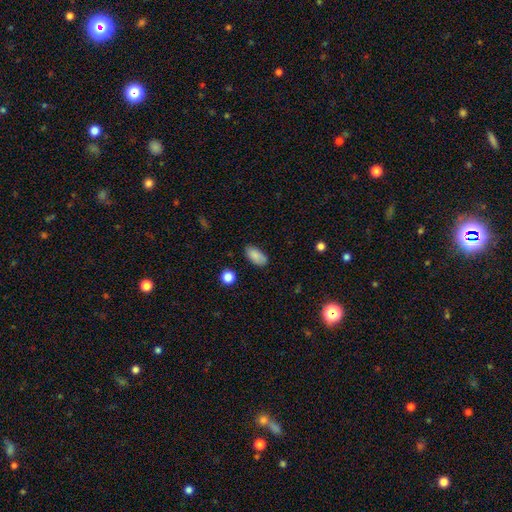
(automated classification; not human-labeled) The model was most divided on "merging": none: 78%, minor disturbance: 17%, major disturbance: 3%, merger: 2%. More confident: how rounded — in between (92%); smooth or featured — smooth (86%).